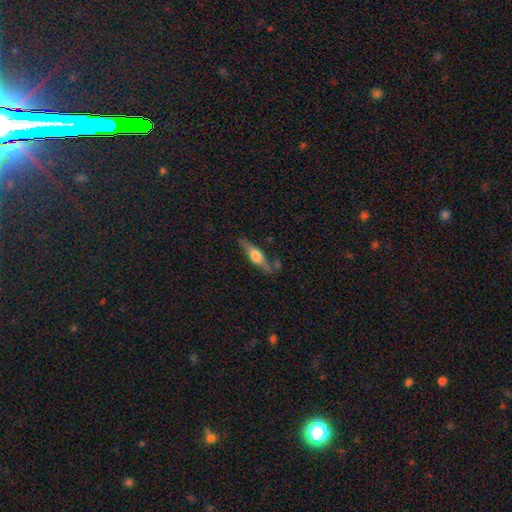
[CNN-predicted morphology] A featured or disk galaxy (59%) viewed edge-on (90%) with a rounded central bulge (90%). Merging: none (73%).